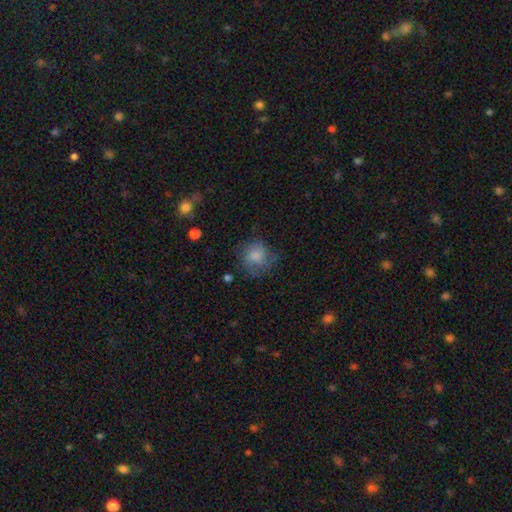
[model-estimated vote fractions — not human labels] smooth 64%, featured or disk 27%, star or artifact 10%. Down the decision tree: how rounded — round (79%); merging — none (55%).